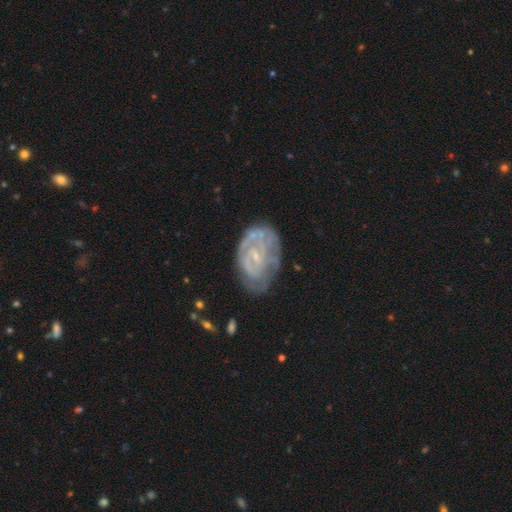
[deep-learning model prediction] A featured or disk galaxy (73%) with no bar (56%), spiral arms (68%) and a small central bulge (68%).

Vote fractions:
- Smooth or featured? featured or disk: 73% / smooth: 19% / star or artifact: 8%
- Edge-on disk? no: 97% / yes: 3%
- Bar? no: 56% / weak: 36% / strong: 8%
- Spiral arms? yes: 68% / no: 32%
- Bulge size? small: 68% / moderate: 15% / none: 14% / large: 1% / dominant: 1%
- Merging? none: 58% / minor disturbance: 26% / major disturbance: 13% / merger: 3%